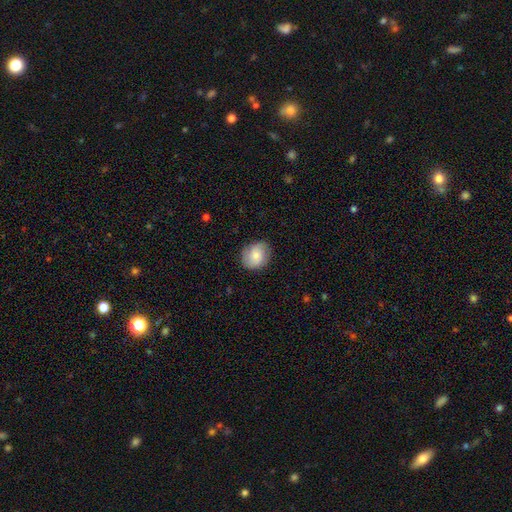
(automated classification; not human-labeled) Smooth or featured?
  - smooth: 70% *
  - featured or disk: 22%
  - star or artifact: 7%
How rounded?
  - round: 64% *
  - in between: 35%
  - cigar-shaped: 1%
Merging?
  - none: 81% *
  - minor disturbance: 14%
  - major disturbance: 4%
  - merger: 1%